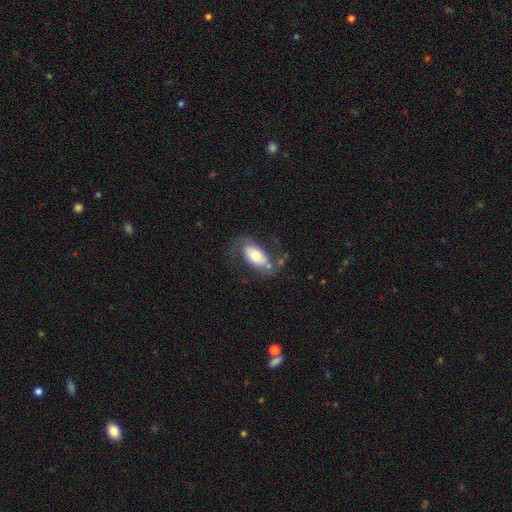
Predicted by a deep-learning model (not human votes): This appears to be a smooth galaxy with no disk features (49%). Merging: none (55%).